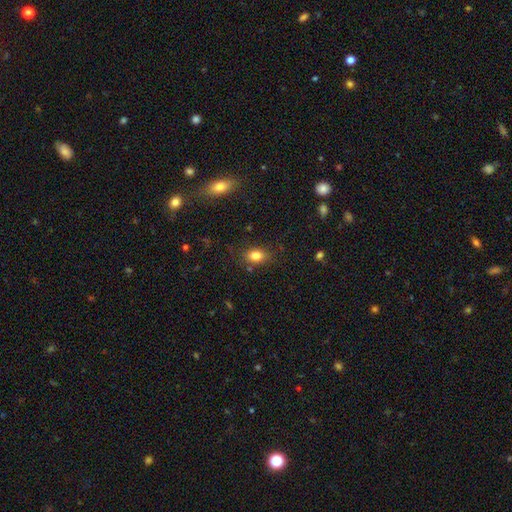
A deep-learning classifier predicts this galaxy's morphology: Smooth or featured? Predicted: smooth (p=0.83). How rounded? Predicted: in between (p=0.80). Merging? Predicted: none (p=0.81).